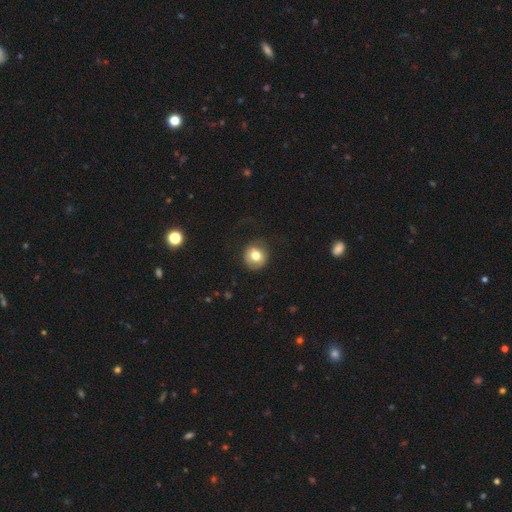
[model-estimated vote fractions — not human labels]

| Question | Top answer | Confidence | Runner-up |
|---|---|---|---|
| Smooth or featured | smooth | 76% | featured or disk (14%) |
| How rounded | round | 87% | in between (12%) |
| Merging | none | 74% | minor disturbance (16%) |